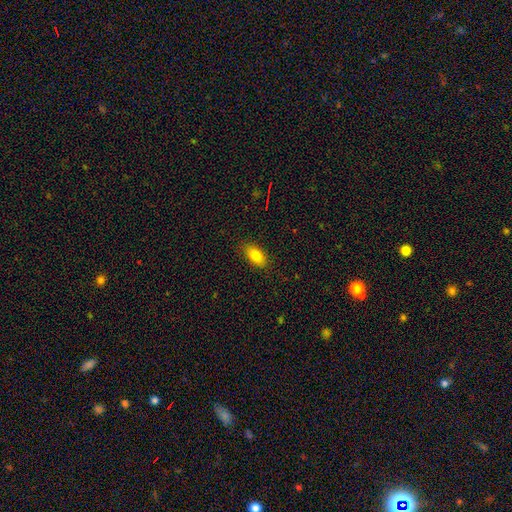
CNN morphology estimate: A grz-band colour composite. It shows a smooth galaxy with no disk features (82%) that is in between round and cigar-shaped (88%). Merging: none (85%).